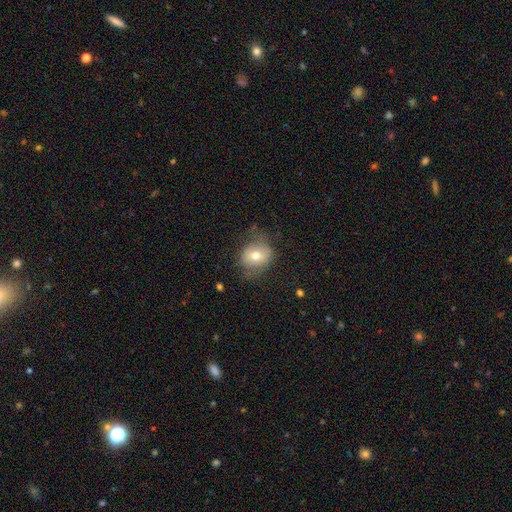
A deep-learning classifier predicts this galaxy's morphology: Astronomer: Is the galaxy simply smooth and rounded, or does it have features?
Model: smooth — 65%.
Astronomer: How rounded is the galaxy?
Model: round — 58% (runner-up: in between, 41%).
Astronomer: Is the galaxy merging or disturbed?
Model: none — 60%.